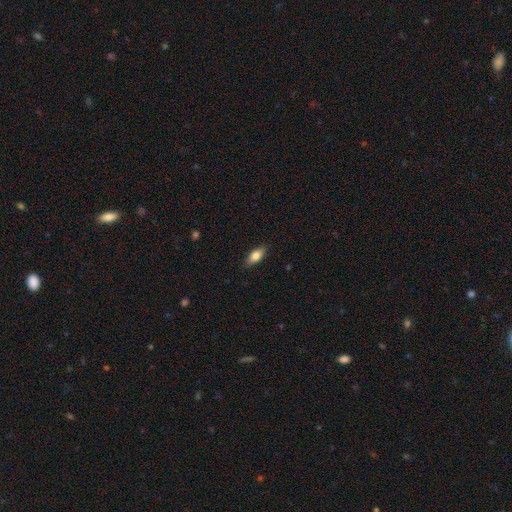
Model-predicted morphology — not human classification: A smooth galaxy with no disk features (78%) that is in between round and cigar-shaped (81%).

Vote fractions:
- Smooth or featured? smooth: 78% / featured or disk: 15% / star or artifact: 7%
- How rounded? in between: 81% / cigar-shaped: 16% / round: 3%
- Merging? none: 87% / minor disturbance: 10% / major disturbance: 2% / merger: 1%